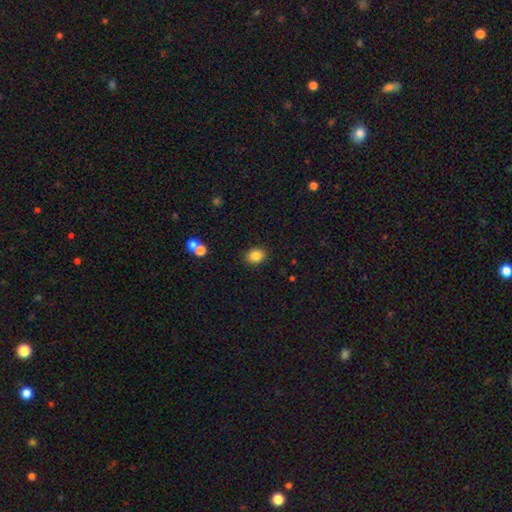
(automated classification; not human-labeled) Morphology: type=smooth (84%); roundness=round (57%); merging=none (88%).